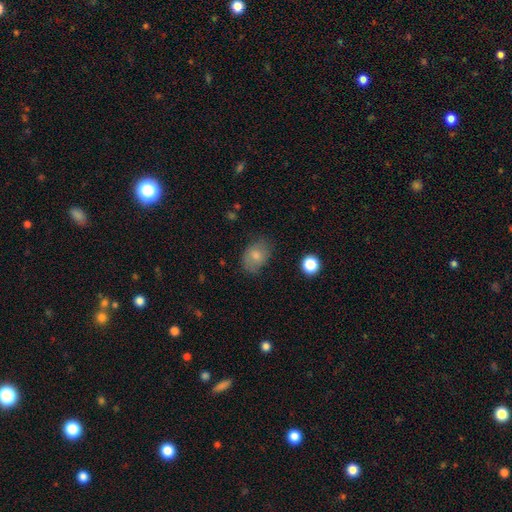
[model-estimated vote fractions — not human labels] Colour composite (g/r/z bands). It shows a smooth galaxy with no disk features (75%) that is in between round and cigar-shaped (74%). Merging: none (67%).